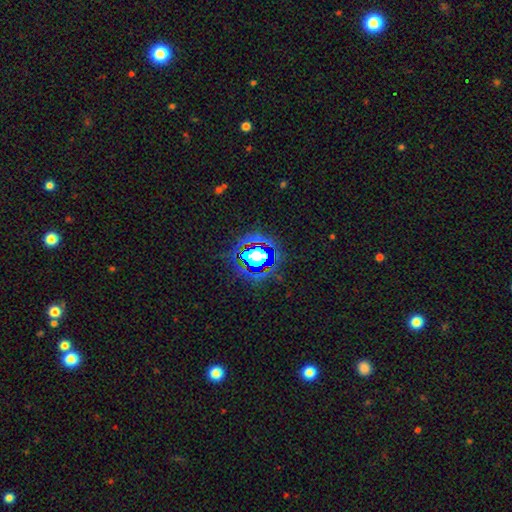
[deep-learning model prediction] A star or artifact, not a galaxy (63%).

Vote fractions:
- Smooth or featured? star or artifact: 63% / smooth: 23% / featured or disk: 14%